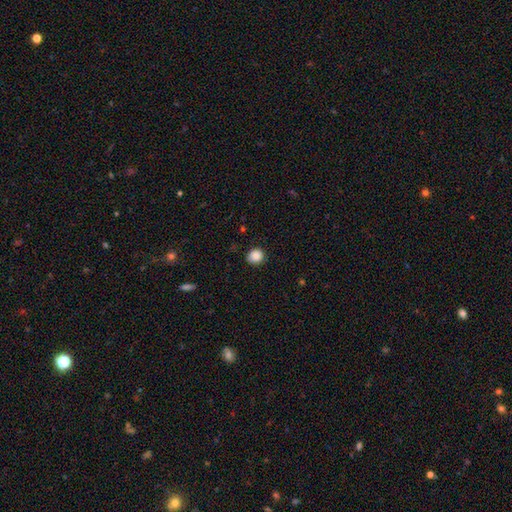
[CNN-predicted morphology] A smooth galaxy with no disk features (88%) that is round (83%).

Vote fractions:
- Smooth or featured? smooth: 88% / star or artifact: 9% / featured or disk: 3%
- How rounded? round: 83% / in between: 16% / cigar-shaped: 1%
- Merging? none: 84% / minor disturbance: 12% / major disturbance: 3% / merger: 1%